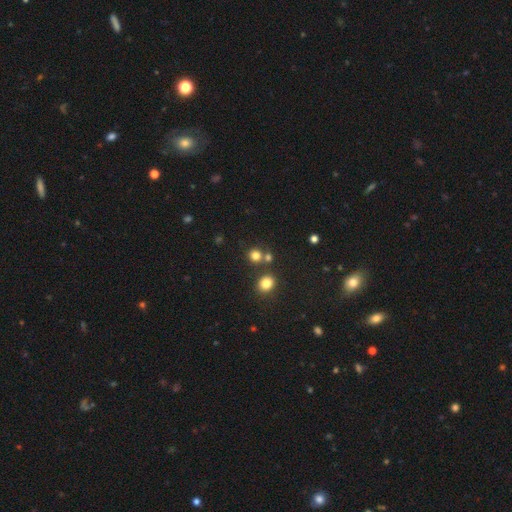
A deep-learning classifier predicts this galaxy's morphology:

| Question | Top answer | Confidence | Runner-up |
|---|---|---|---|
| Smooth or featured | smooth | 78% | star or artifact (16%) |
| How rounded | round | 86% | in between (13%) |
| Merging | none | 70% | merger (19%) |